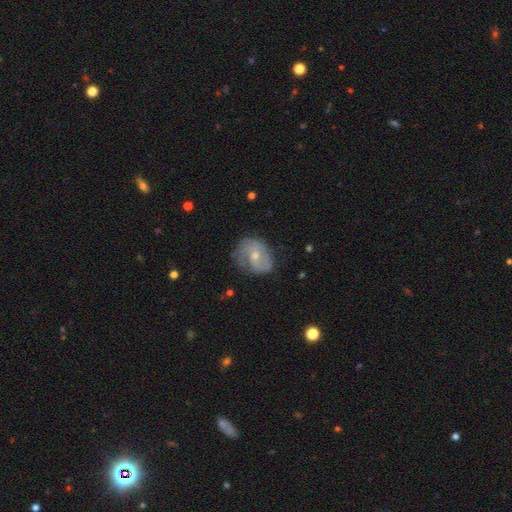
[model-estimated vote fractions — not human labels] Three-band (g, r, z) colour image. It shows a featured or disk galaxy (73%) with no bar (62%), 2 (49%) medium (41%) spiral arms (87%) and a moderate central bulge (52%). Merging: none (62%).